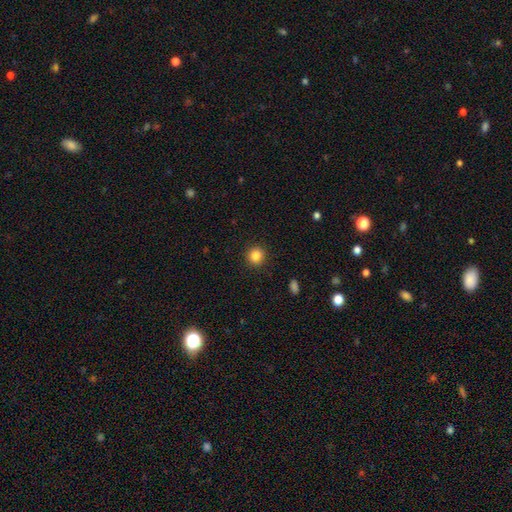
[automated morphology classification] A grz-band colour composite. It shows a smooth galaxy with no disk features (84%) that is round (93%). Merging: none (92%).